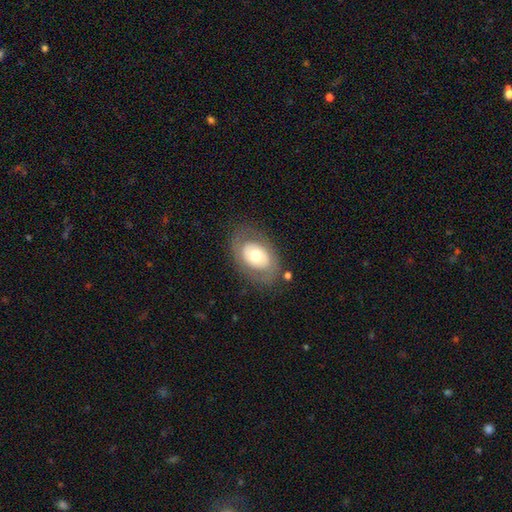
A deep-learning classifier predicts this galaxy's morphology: Overall: featured or disk (47%; smooth 46%). Merging: none (77%).